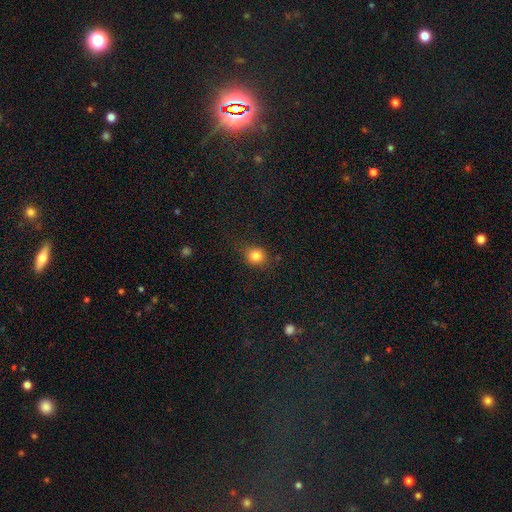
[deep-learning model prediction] This is clearly a smooth galaxy (83%). How rounded: likely round (79%). Merging: clearly none (84%).